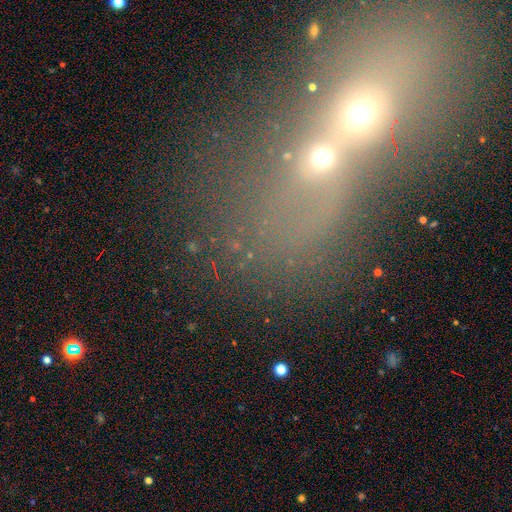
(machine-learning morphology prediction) Smooth or featured?
  - smooth: 38% *
  - star or artifact: 34%
  - featured or disk: 28%
Merging?
  - merger: 79% *
  - none: 11%
  - major disturbance: 6%
  - minor disturbance: 4%